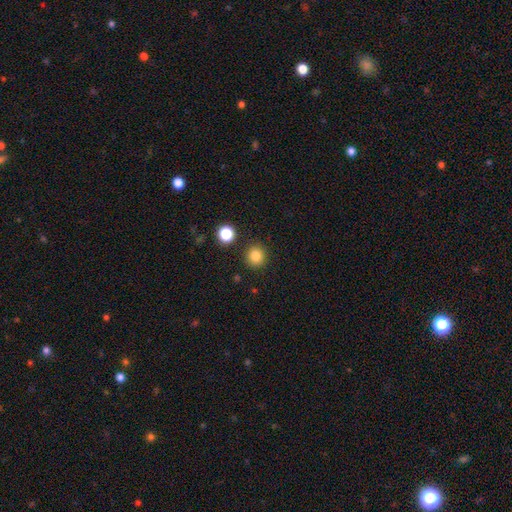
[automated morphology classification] The model was most divided on "smooth or featured": smooth: 82%, star or artifact: 12%, featured or disk: 5%. More confident: how rounded — round (92%); merging — none (90%).